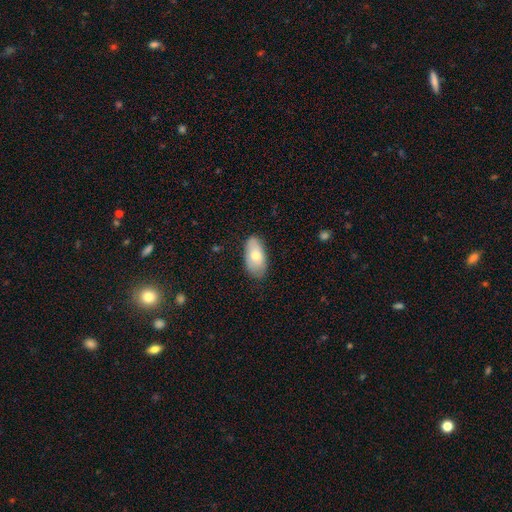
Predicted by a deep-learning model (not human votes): smooth 71%, featured or disk 23%, star or artifact 6%. Down the decision tree: how rounded — in between (93%); merging — none (76%).